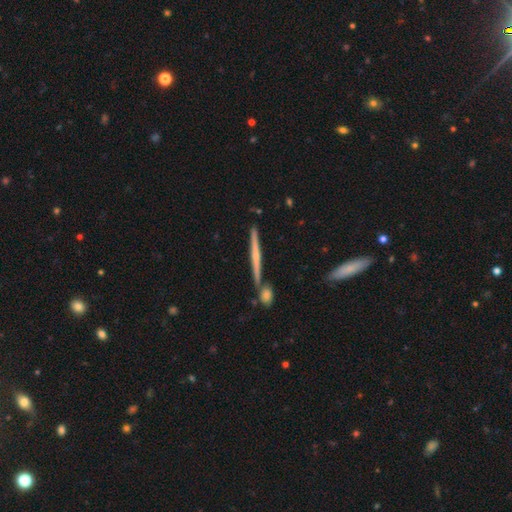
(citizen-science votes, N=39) Smooth or featured?
  - featured or disk: 62% *
  - smooth: 33%
  - star or artifact: 5%
Edge-on disk?
  - yes: 96% *
  - no: 4%
Edge-on bulge?
  - rounded: 52% *
  - none: 30%
  - boxy: 17%
Merging?
  - none: 89% *
  - merger: 11%
  - minor disturbance: 0%
  - major disturbance: 0%